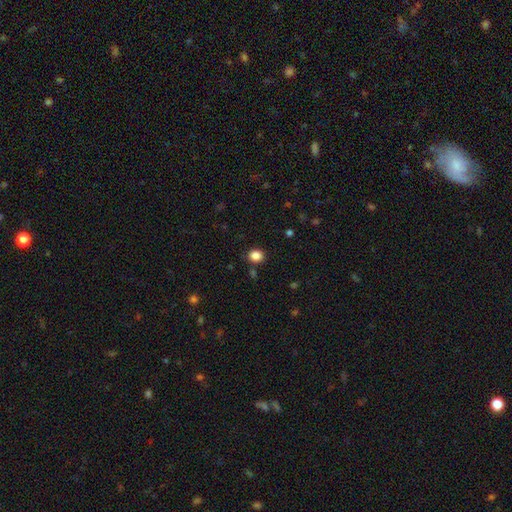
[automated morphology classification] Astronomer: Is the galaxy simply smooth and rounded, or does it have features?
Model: smooth — 85%.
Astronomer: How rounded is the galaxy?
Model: round — 67%.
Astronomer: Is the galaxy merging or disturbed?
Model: none — 85%.